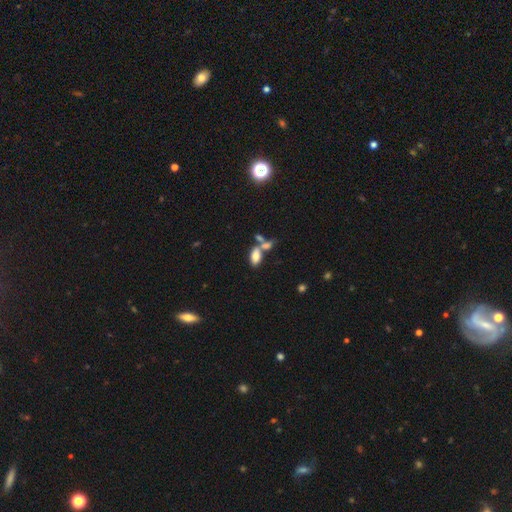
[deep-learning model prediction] Smooth or featured: smooth — 77% (featured or disk — 13%)
How rounded: in between — 91% (cigar-shaped — 5%)
Merging: merger — 46% (none — 39%)